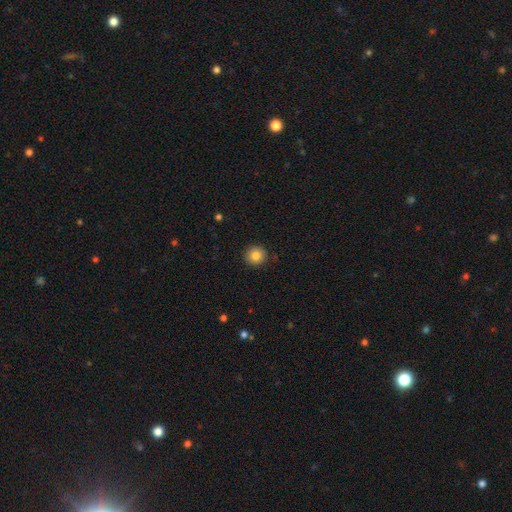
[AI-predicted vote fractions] Smooth or featured: smooth — 83% (star or artifact — 10%)
How rounded: round — 94% (in between — 5%)
Merging: none — 91% (minor disturbance — 6%)